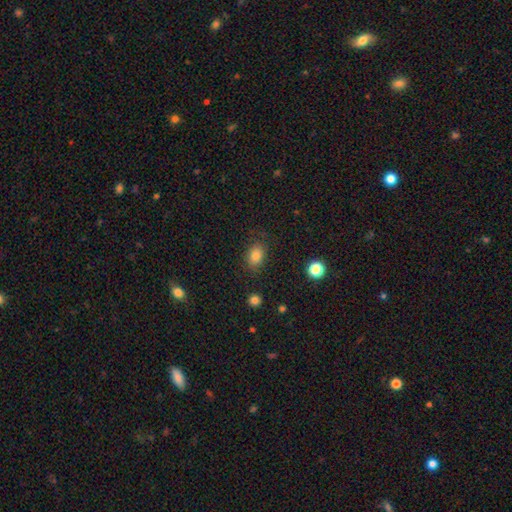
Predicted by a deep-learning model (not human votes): A smooth galaxy with no disk features (83%) that is in between round and cigar-shaped (77%).

Vote fractions:
- Smooth or featured? smooth: 83% / star or artifact: 10% / featured or disk: 7%
- How rounded? in between: 77% / round: 21% / cigar-shaped: 1%
- Merging? none: 82% / minor disturbance: 13% / major disturbance: 4% / merger: 2%